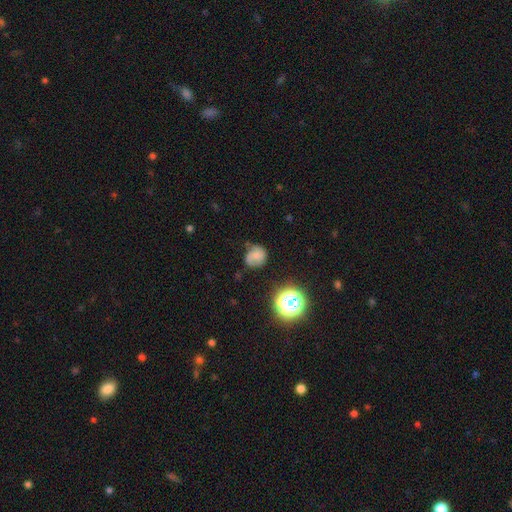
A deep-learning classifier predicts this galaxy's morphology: This is likely a smooth galaxy (61%). How rounded: likely round (75%). Merging: possibly none (50%).